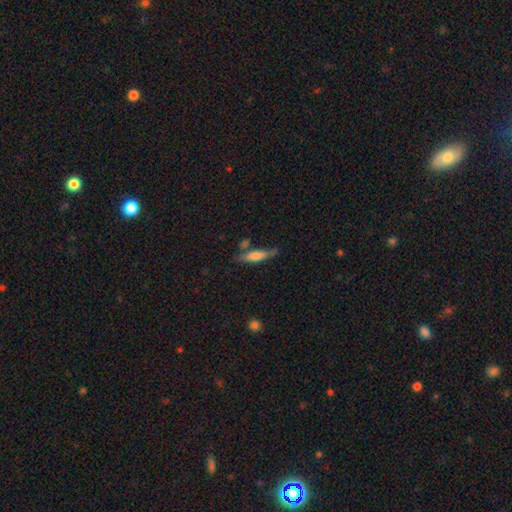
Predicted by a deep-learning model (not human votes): Overall: smooth (64%; featured or disk 30%). How rounded: cigar-shaped (77%). Merging: none (64%).